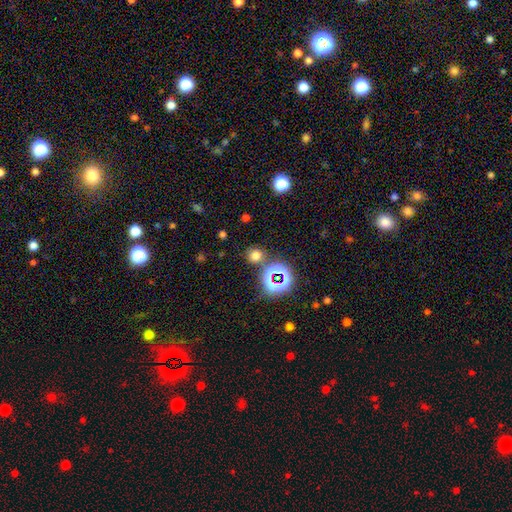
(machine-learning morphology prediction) A smooth galaxy with no disk features (63%) that is round (86%).

Vote fractions:
- Smooth or featured? smooth: 63% / star or artifact: 30% / featured or disk: 6%
- How rounded? round: 86% / in between: 13% / cigar-shaped: 1%
- Merging? none: 76% / merger: 11% / minor disturbance: 9% / major disturbance: 4%